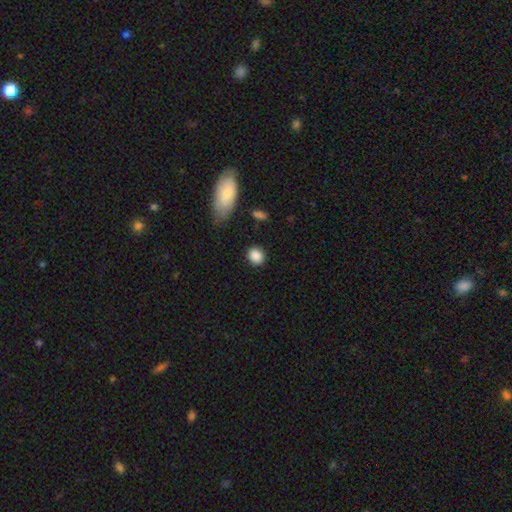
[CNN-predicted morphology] Smooth or featured? smooth (88%)
How rounded? round (70%)
Merging? none (84%)